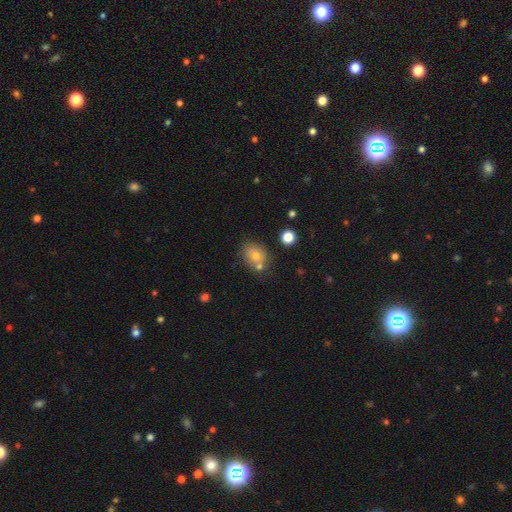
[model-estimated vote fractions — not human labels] smooth-or-featured: smooth: 71% | featured or disk: 16% | star or artifact: 13%
  how-rounded: round: 51% | in between: 48% | cigar-shaped: 1%
  merging: none: 62% | merger: 20% | minor disturbance: 14% | major disturbance: 4%